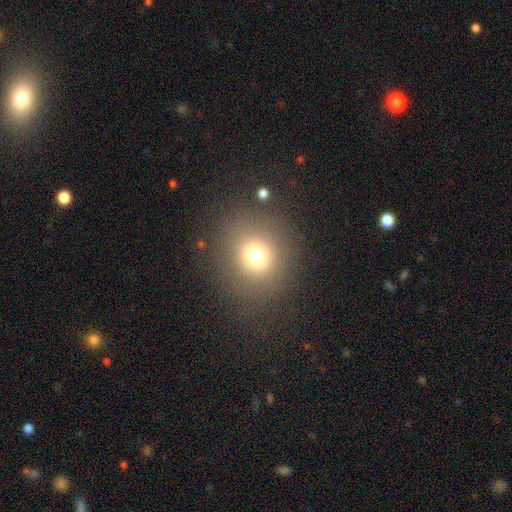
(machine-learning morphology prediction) This appears to be a smooth galaxy with no disk features (71%) that is round (88%). Merging: none (83%).